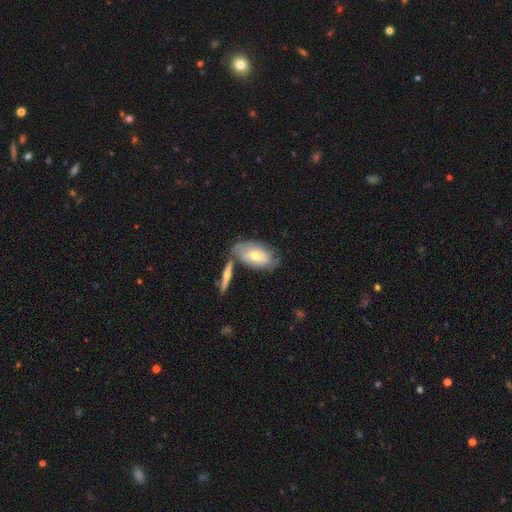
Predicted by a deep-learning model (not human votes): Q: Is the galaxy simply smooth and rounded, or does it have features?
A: smooth — 51%.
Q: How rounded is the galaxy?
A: in between — 89%.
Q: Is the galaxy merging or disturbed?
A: none — 52%.